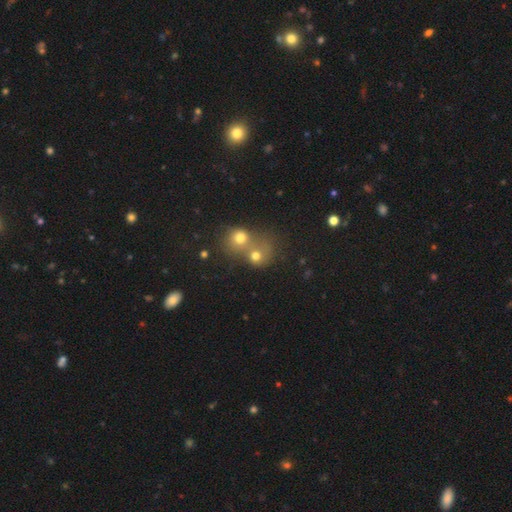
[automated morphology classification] This is likely a smooth galaxy (70%). How rounded: likely round (77%). Merging: likely merger (64%).